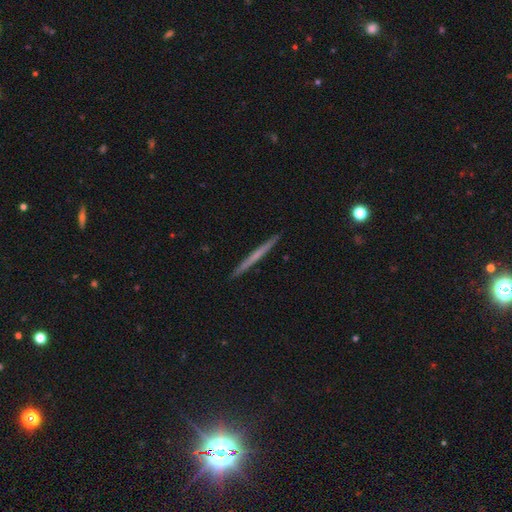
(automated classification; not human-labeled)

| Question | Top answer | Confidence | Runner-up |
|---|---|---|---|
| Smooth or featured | featured or disk | 49% | smooth (45%) |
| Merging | none | 93% | minor disturbance (5%) |